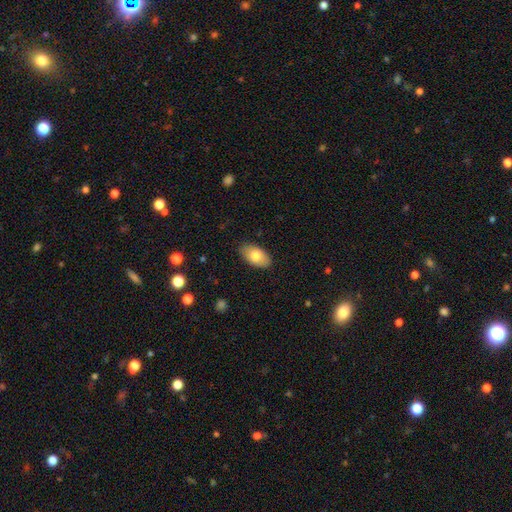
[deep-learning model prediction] Q: Smooth or featured?
A: smooth (78%); runner-up: featured or disk (15%)
Q: How rounded?
A: in between (94%); runner-up: round (4%)
Q: Merging?
A: none (85%); runner-up: minor disturbance (12%)